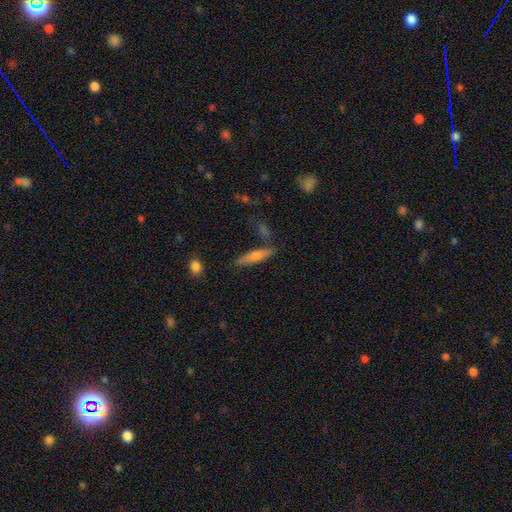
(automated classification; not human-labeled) Smooth or featured? Predicted: smooth (p=0.55). How rounded? Predicted: cigar-shaped (p=0.84). Merging? Predicted: none (p=0.81).